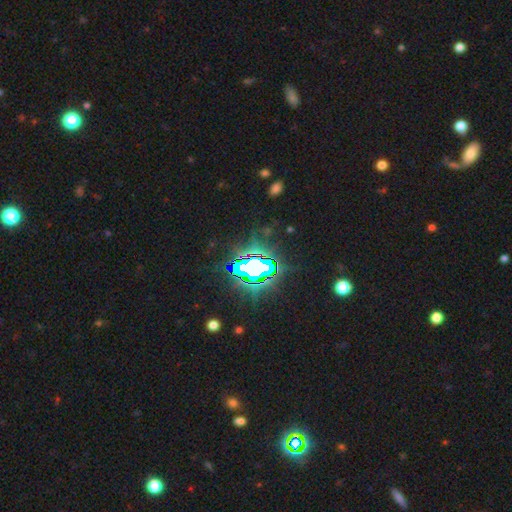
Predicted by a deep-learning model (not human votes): The model was most divided on "smooth or featured": star or artifact: 82%, smooth: 11%, featured or disk: 8%.